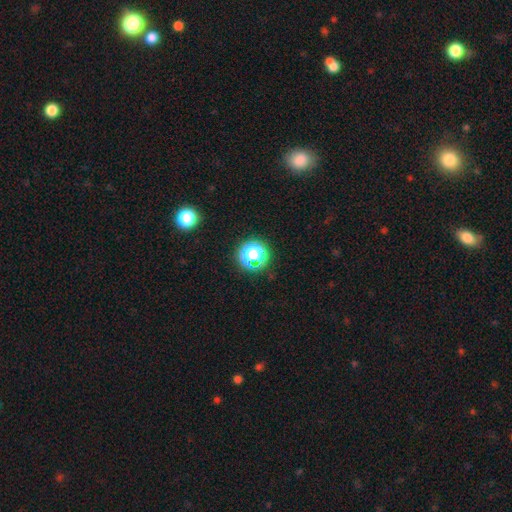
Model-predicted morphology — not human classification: type=star or artifact (48%).